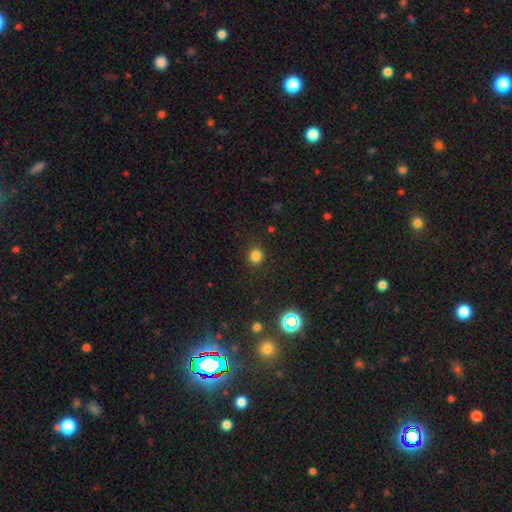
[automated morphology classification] A smooth galaxy with no disk features (80%) that is round (77%). Merging: none (85%).